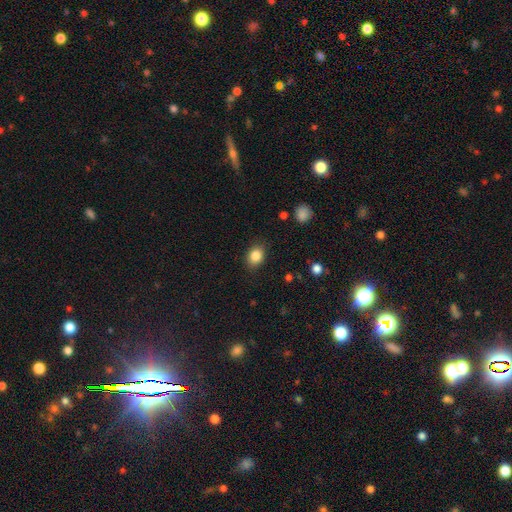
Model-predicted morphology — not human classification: A smooth galaxy with no disk features (85%) that is in between round and cigar-shaped (53%). Merging: none (84%).